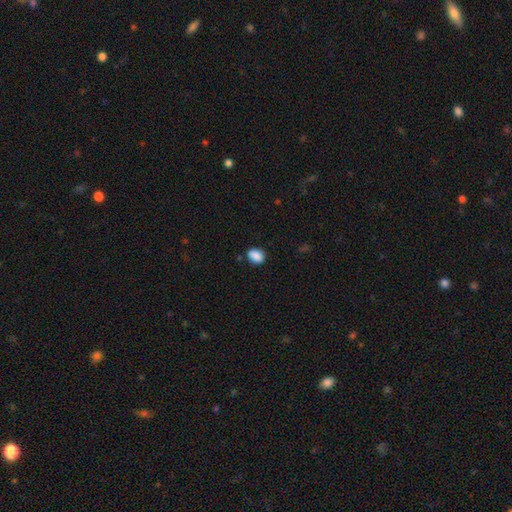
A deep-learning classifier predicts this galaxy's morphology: This is clearly a smooth galaxy (88%). How rounded: likely in between (68%). Merging: clearly none (81%).